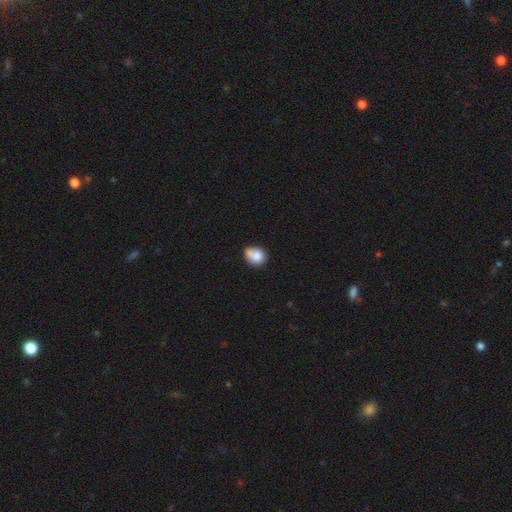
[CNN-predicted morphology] A smooth galaxy with no disk features (78%) that is round (60%). Merging: none (46%).